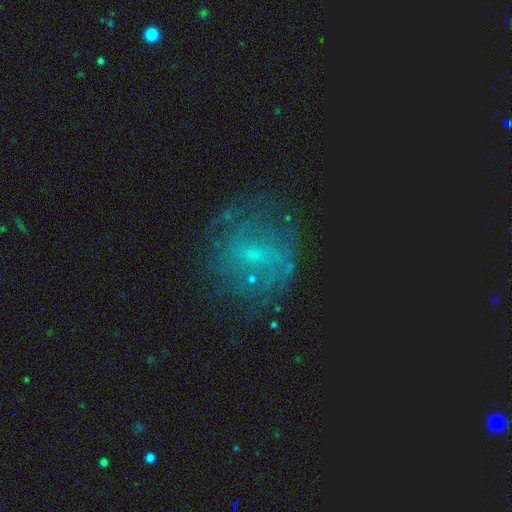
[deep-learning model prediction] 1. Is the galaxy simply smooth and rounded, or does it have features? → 45% featured or disk, 29% star or artifact, 26% smooth.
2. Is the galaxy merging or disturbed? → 67% none, 17% minor disturbance, 14% major disturbance, 2% merger.